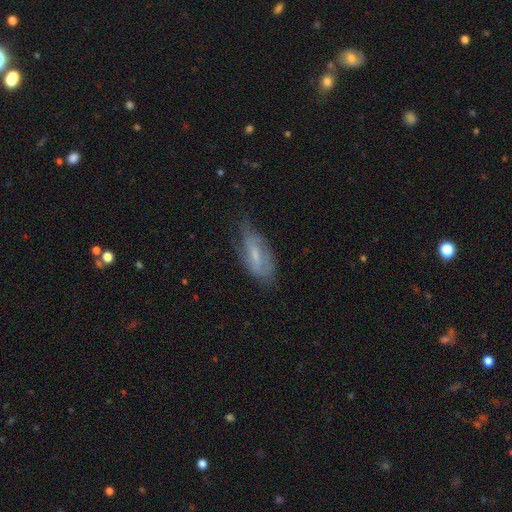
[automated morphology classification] The model was most divided on "smooth or featured": featured or disk: 52%, smooth: 40%, star or artifact: 8%. More confident: edge-on disk — no (84%); merging — none (53%).